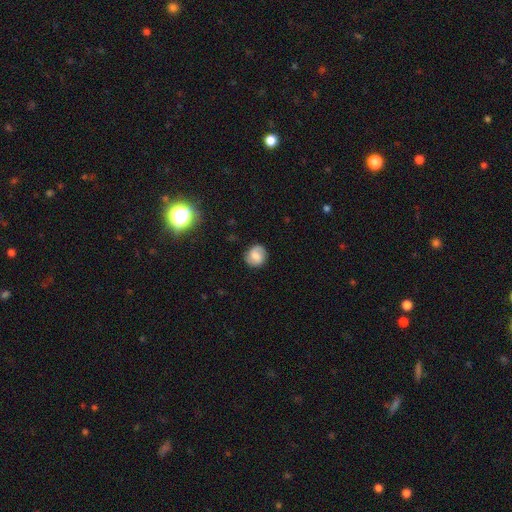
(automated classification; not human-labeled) Overall: smooth (55%; featured or disk 36%). How rounded: round (82%). Merging: none (83%).